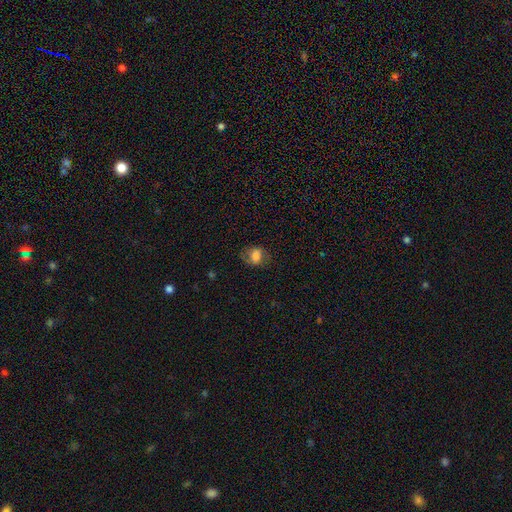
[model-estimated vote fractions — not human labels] Overall: smooth (68%). How rounded: in between (58%; round 41%). Merging: none (63%).